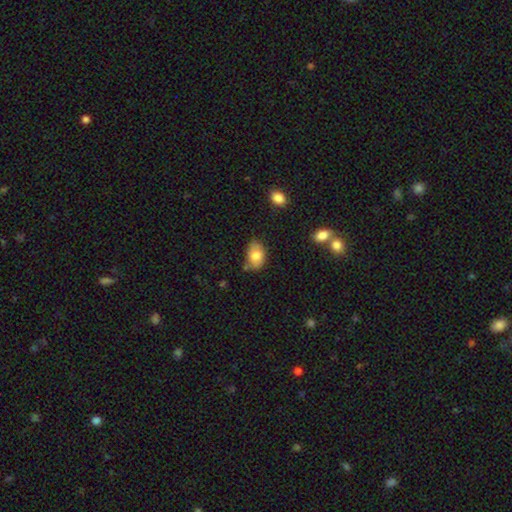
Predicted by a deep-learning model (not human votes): A smooth galaxy with no disk features (78%) that is in between round and cigar-shaped (84%). Merging: none (60%).